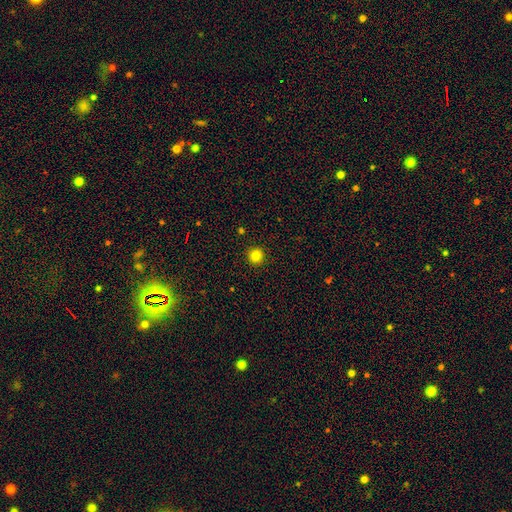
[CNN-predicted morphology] smooth-or-featured: smooth: 83% | star or artifact: 13% | featured or disk: 5%
  how-rounded: round: 95% | in between: 4% | cigar-shaped: 1%
  merging: none: 93% | minor disturbance: 5% | major disturbance: 2% | merger: 1%